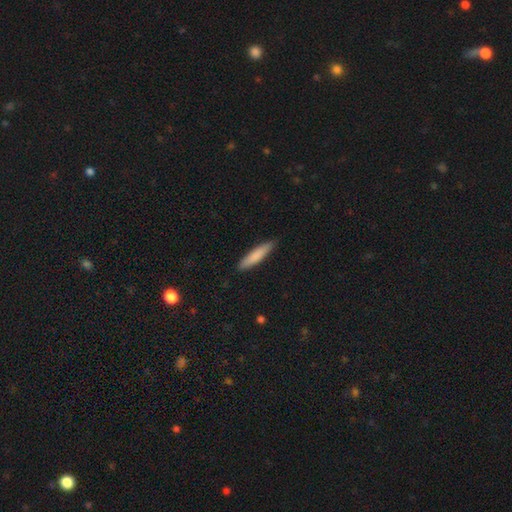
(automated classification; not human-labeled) Smooth or featured: smooth — 80% (featured or disk — 14%)
How rounded: cigar-shaped — 85% (in between — 14%)
Merging: none — 88% (minor disturbance — 10%)